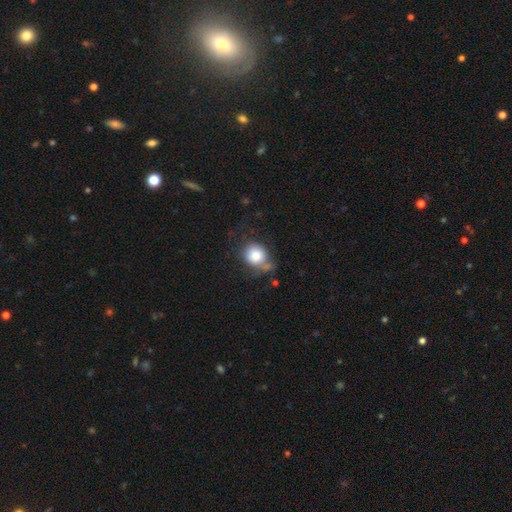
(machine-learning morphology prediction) type=smooth (81%); roundness=round (76%); merging=none (47%).